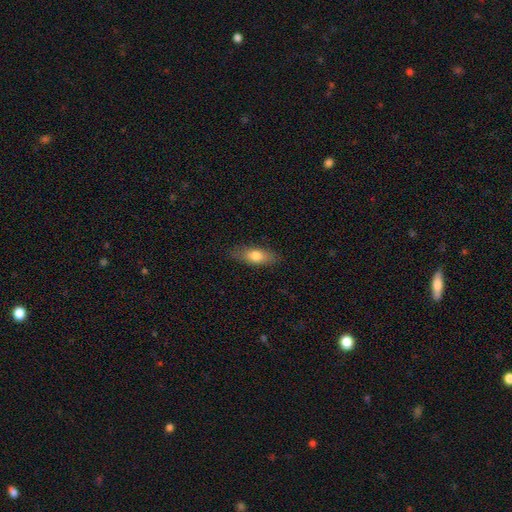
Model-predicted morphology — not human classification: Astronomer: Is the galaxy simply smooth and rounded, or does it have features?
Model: smooth — 73%.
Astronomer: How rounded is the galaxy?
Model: in between — 70%.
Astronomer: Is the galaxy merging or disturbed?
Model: none — 83%.